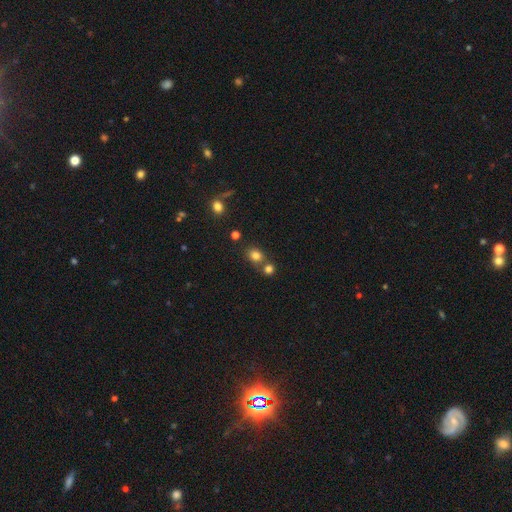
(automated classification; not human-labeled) smooth 78%, star or artifact 14%, featured or disk 7%. Down the decision tree: how rounded — round (64%); merging — none (60%).